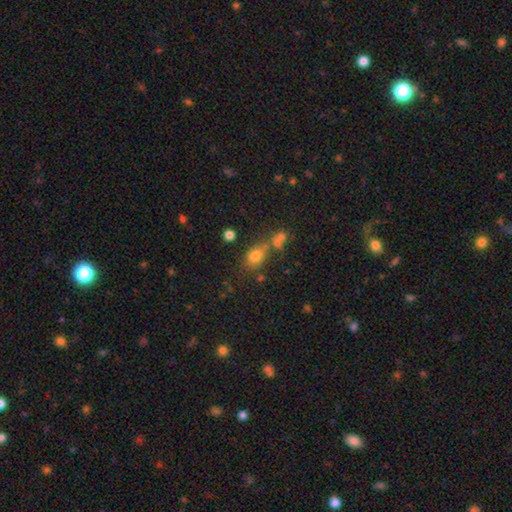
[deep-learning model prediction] smooth-or-featured: smooth: 73% | star or artifact: 16% | featured or disk: 11%
  how-rounded: in between: 64% | round: 34% | cigar-shaped: 3%
  merging: none: 54% | merger: 24% | minor disturbance: 15% | major disturbance: 7%